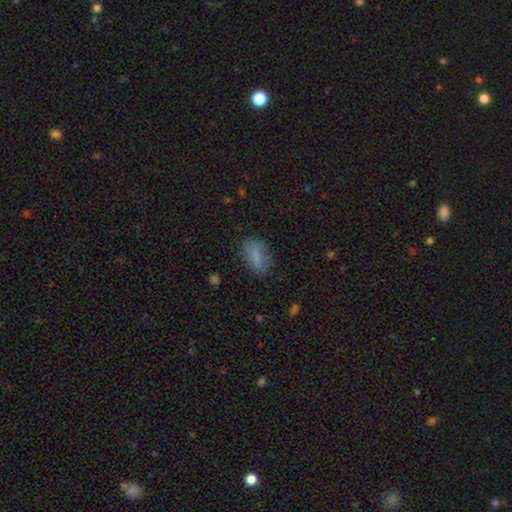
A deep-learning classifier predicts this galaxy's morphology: Smooth or featured? smooth (80%)
How rounded? in between (85%)
Merging? none (77%)